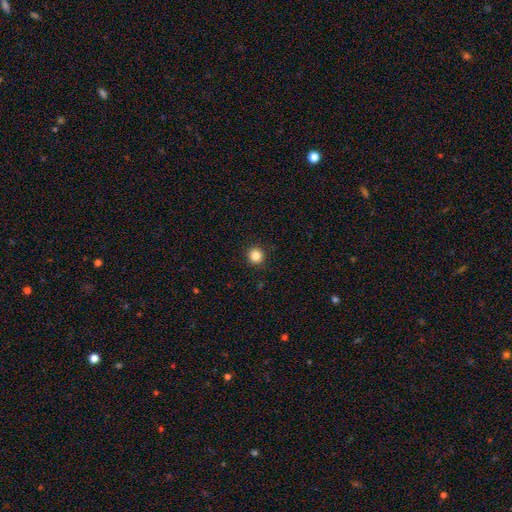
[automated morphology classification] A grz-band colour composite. It shows a smooth galaxy with no disk features (85%) that is round (94%). Merging: none (92%).